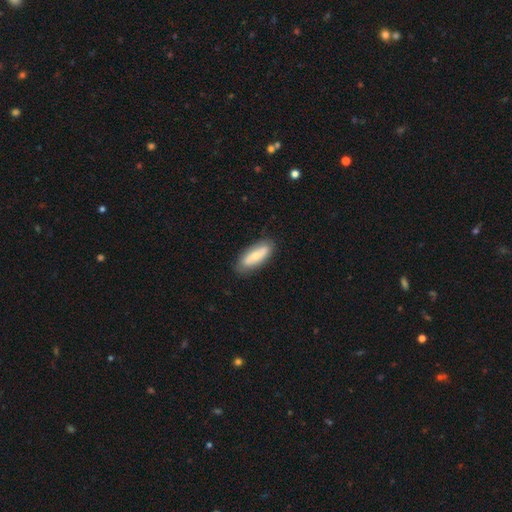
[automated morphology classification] The model was most divided on "smooth or featured": smooth: 66%, featured or disk: 29%, star or artifact: 6%. More confident: merging — none (81%); how rounded — in between (69%).